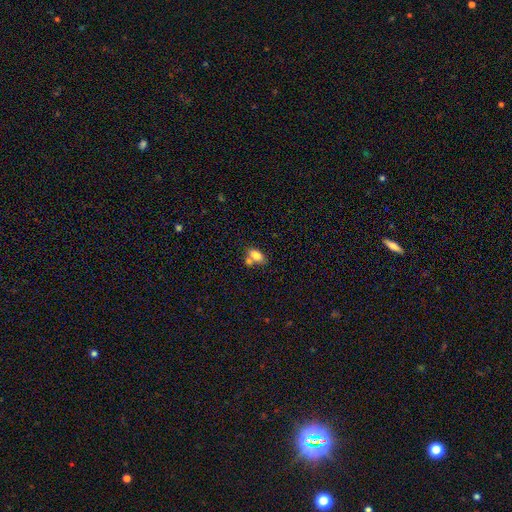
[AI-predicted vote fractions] Smooth or featured?
  - smooth: 81% *
  - featured or disk: 10%
  - star or artifact: 9%
How rounded?
  - in between: 89% *
  - round: 7%
  - cigar-shaped: 4%
Merging?
  - none: 46% *
  - merger: 37%
  - minor disturbance: 13%
  - major disturbance: 5%